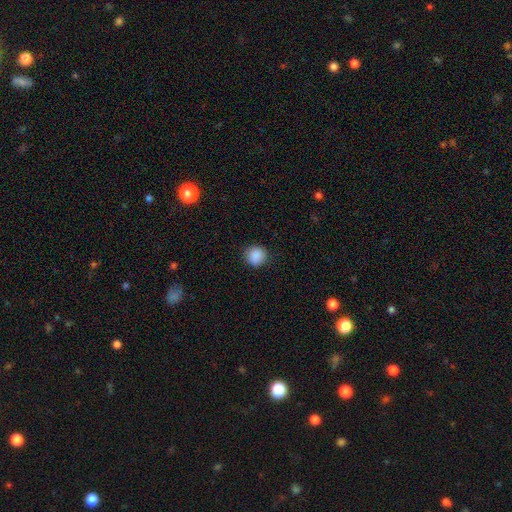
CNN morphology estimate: Smooth or featured? Predicted: smooth (p=0.89). How rounded? Predicted: round (p=0.91). Merging? Predicted: none (p=0.88).